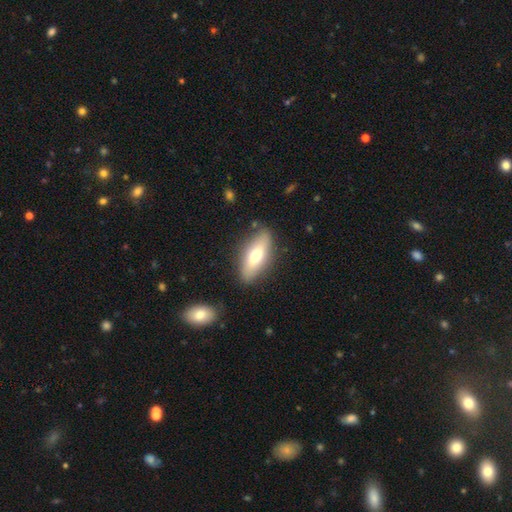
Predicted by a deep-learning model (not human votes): Smooth or featured: smooth — 64% (featured or disk — 29%)
How rounded: in between — 73% (cigar-shaped — 24%)
Merging: none — 83% (minor disturbance — 11%)